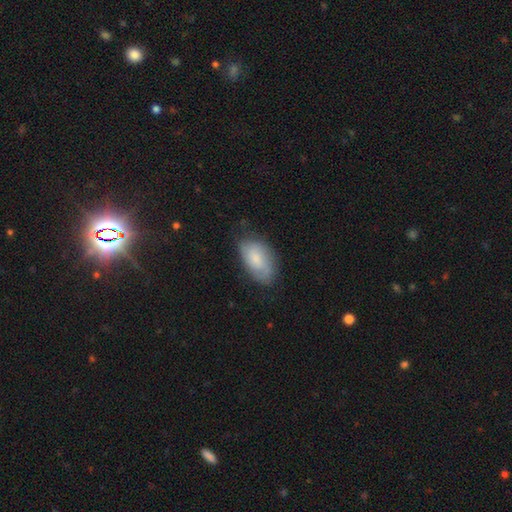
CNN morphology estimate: This is likely a smooth galaxy (67%). How rounded: clearly in between (93%). Merging: likely none (69%).